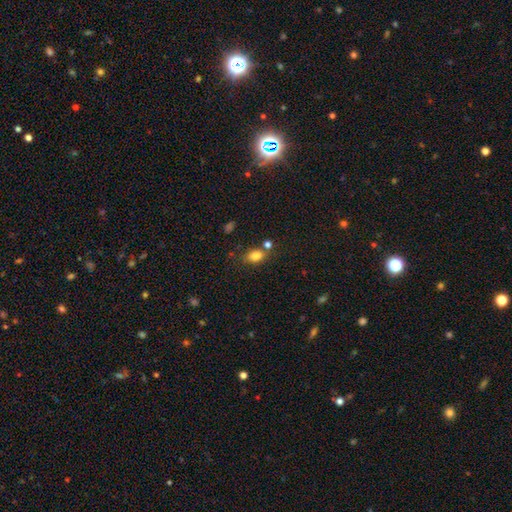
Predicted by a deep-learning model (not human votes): Morphology: type=smooth (82%); roundness=in between (79%); merging=none (64%).